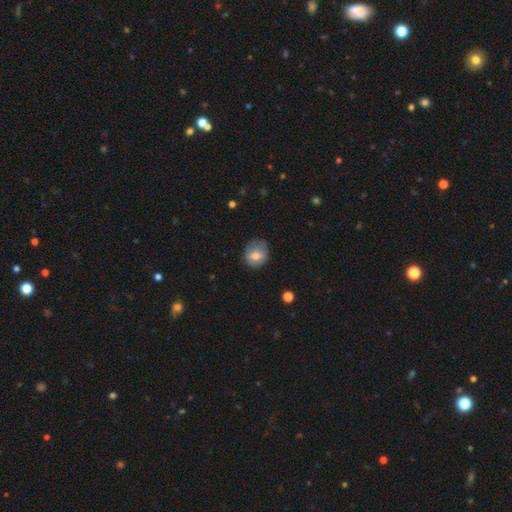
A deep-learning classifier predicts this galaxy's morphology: This appears to be a smooth galaxy with no disk features (73%) that is round (72%). Merging: none (67%).